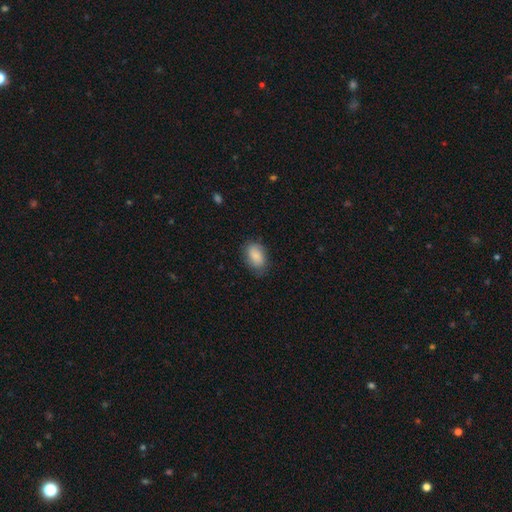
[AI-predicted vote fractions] The model was most divided on "merging": none: 75%, minor disturbance: 19%, major disturbance: 4%, merger: 1%. More confident: how rounded — in between (88%); smooth or featured — smooth (84%).